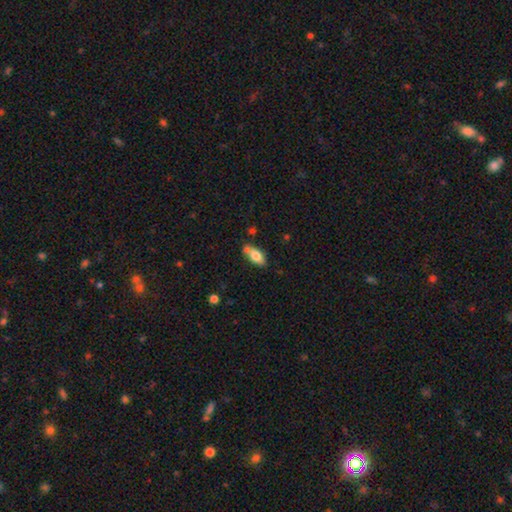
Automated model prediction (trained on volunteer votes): Smooth or featured?
  - smooth: 73% *
  - featured or disk: 20%
  - star or artifact: 7%
How rounded?
  - in between: 83% *
  - cigar-shaped: 14%
  - round: 3%
Merging?
  - none: 60% *
  - minor disturbance: 21%
  - merger: 14%
  - major disturbance: 5%